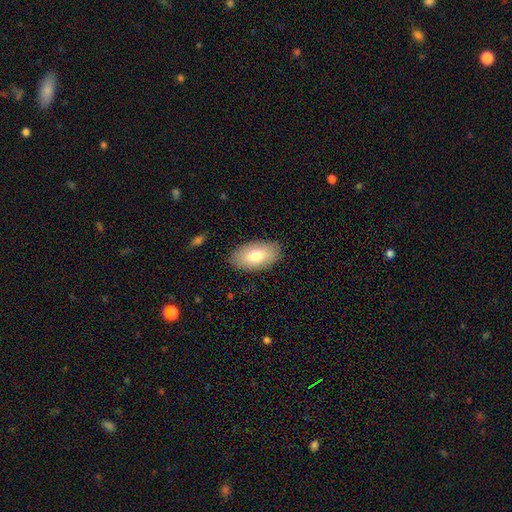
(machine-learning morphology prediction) smooth-or-featured: smooth: 77% | featured or disk: 17% | star or artifact: 6%
  how-rounded: in between: 95% | round: 3% | cigar-shaped: 2%
  merging: none: 87% | minor disturbance: 10% | major disturbance: 2% | merger: 1%